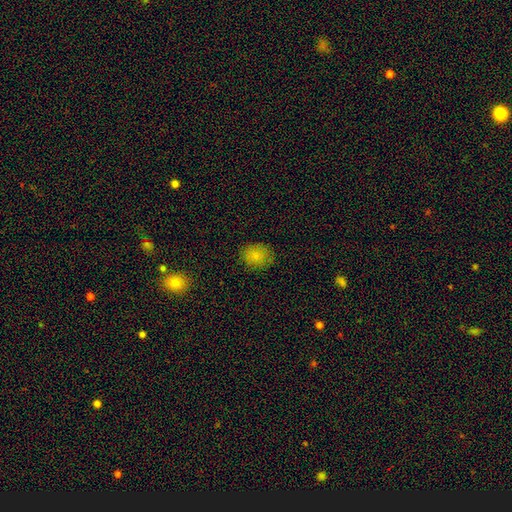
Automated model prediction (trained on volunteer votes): Smooth or featured? smooth (82%)
How rounded? round (60%)
Merging? none (81%)